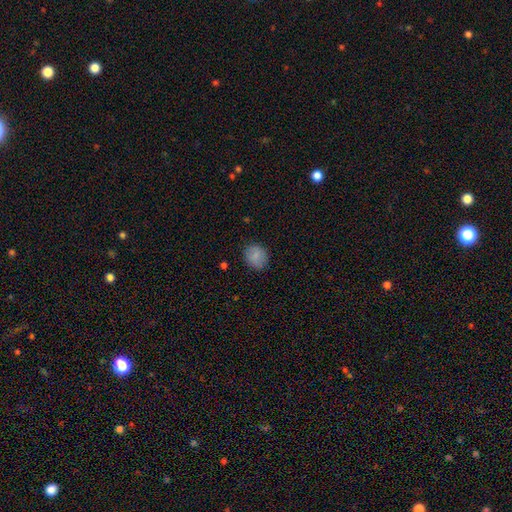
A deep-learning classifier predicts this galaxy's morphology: smooth_or_featured: smooth (p=0.85) [alt: star or artifact p=0.09]
how_rounded: round (p=0.62) [alt: in between p=0.37]
merging: none (p=0.84) [alt: minor disturbance p=0.12]